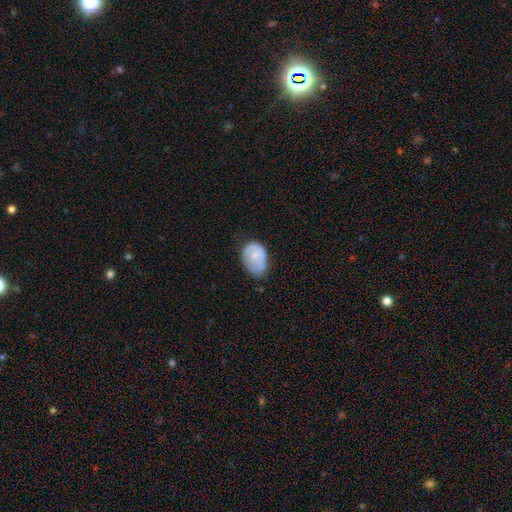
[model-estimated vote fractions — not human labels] smooth-or-featured: smooth: 67% | featured or disk: 26% | star or artifact: 7%
  how-rounded: in between: 78% | round: 21% | cigar-shaped: 1%
  merging: none: 41% (tied) | minor disturbance: 41% (tied) | major disturbance: 14% | merger: 3%